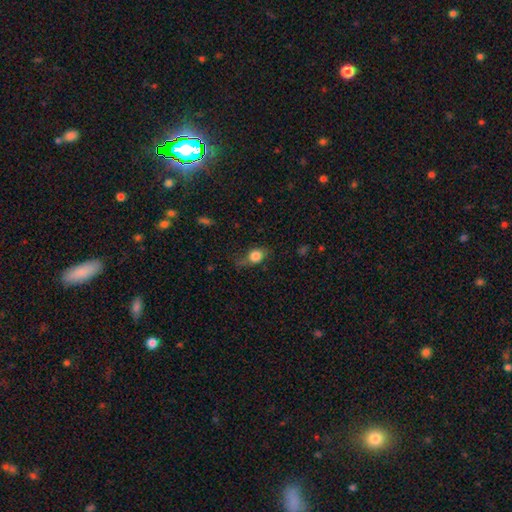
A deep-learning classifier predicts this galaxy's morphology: Overall: smooth (77%). How rounded: round (51%; in between 47%). Merging: none (51%; minor disturbance 30%).